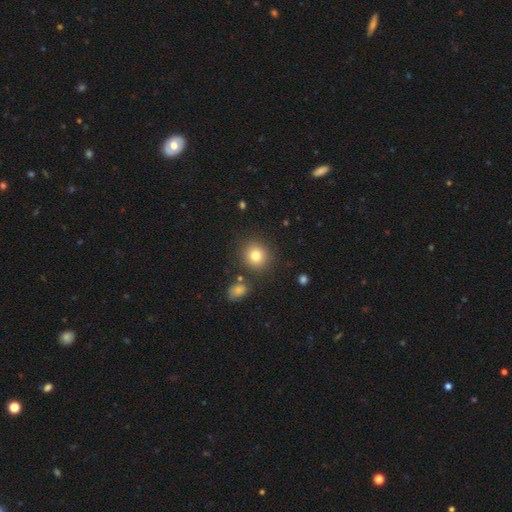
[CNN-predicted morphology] Smooth or featured? Predicted: smooth (p=0.80). How rounded? Predicted: round (p=0.88). Merging? Predicted: none (p=0.84).